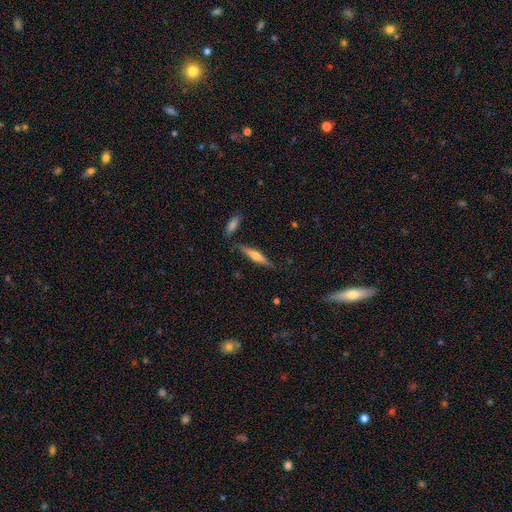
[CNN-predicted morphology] Q: Smooth or featured?
A: featured or disk (49%); runner-up: smooth (45%)
Q: Merging?
A: none (80%); runner-up: minor disturbance (12%)